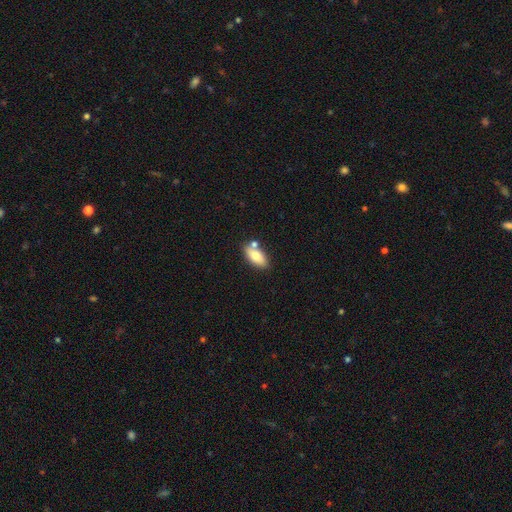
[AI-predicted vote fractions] The model was most divided on "merging": none: 68%, merger: 15%, minor disturbance: 14%, major disturbance: 3%. More confident: how rounded — in between (87%); smooth or featured — smooth (79%).